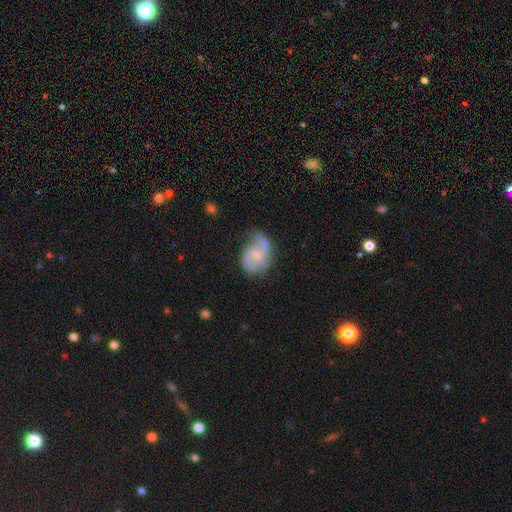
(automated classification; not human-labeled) Smooth or featured? featured or disk (79%)
Edge-on disk? no (98%)
Bar? no (51%)
Spiral arms? yes (94%)
Spiral winding? medium (51%)
Spiral arm count? 2 (79%)
Bulge size? small (63%)
Merging? none (50%)